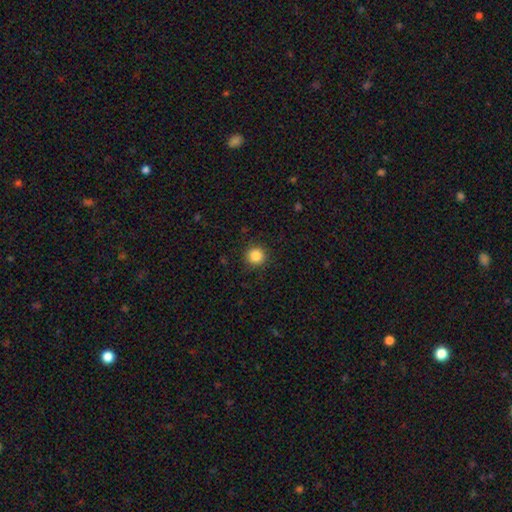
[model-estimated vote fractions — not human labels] A smooth galaxy with no disk features (87%) that is round (94%).

Vote fractions:
- Smooth or featured? smooth: 87% / star or artifact: 10% / featured or disk: 3%
- How rounded? round: 94% / in between: 5% / cigar-shaped: 1%
- Merging? none: 91% / minor disturbance: 6% / major disturbance: 2% / merger: 1%